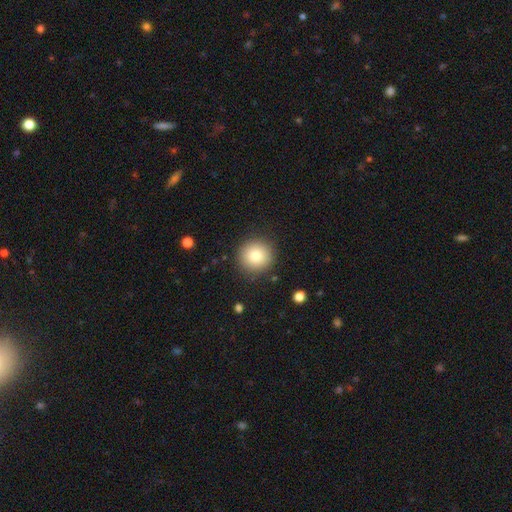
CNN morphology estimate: A smooth galaxy with no disk features (82%) that is round (93%). Merging: none (89%).